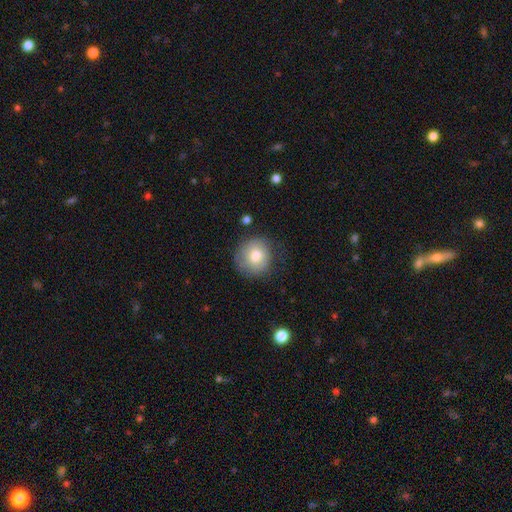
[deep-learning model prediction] A smooth galaxy with no disk features (77%) that is round (89%).

Vote fractions:
- Smooth or featured? smooth: 77% / featured or disk: 15% / star or artifact: 8%
- How rounded? round: 89% / in between: 10% / cigar-shaped: 1%
- Merging? none: 72% / minor disturbance: 19% / major disturbance: 7% / merger: 2%